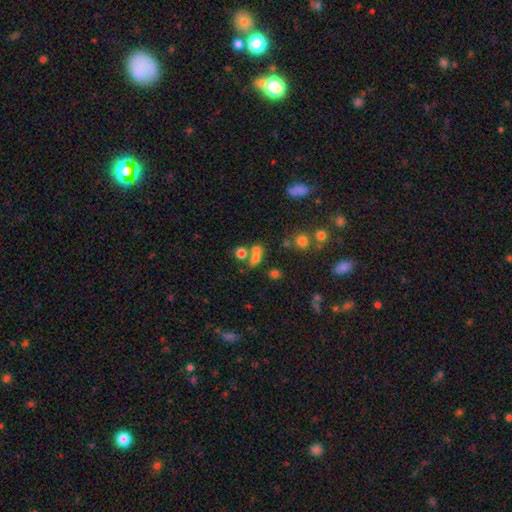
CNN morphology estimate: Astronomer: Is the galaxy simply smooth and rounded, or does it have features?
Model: smooth — 65%.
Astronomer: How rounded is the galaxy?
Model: in between — 54% (runner-up: round, 41%).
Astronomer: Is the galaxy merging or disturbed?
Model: merger — 47% (runner-up: none, 36%).